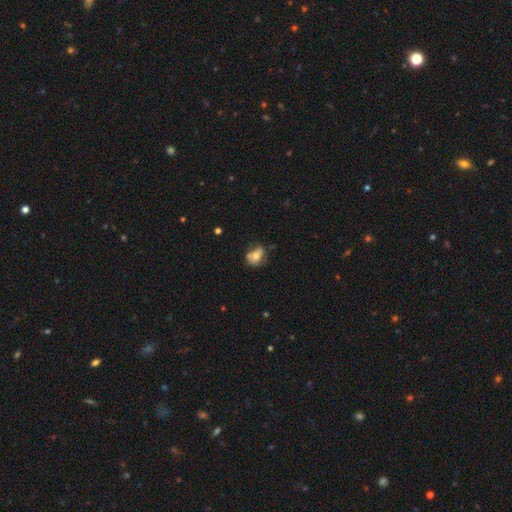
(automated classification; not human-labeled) Morphology: type=smooth (61%); roundness=in between (58%); merging=none (45%).